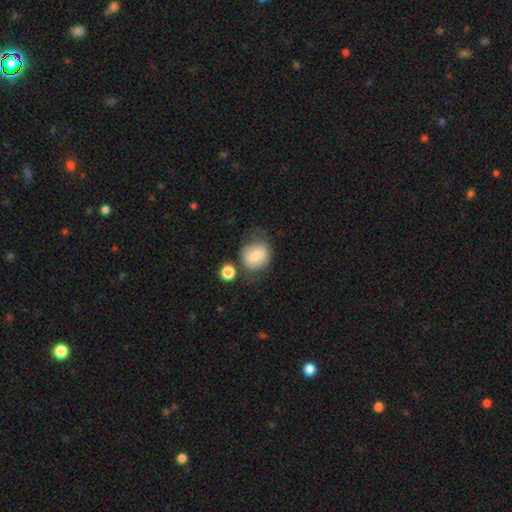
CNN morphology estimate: smooth_or_featured: smooth (p=0.75) [alt: featured or disk p=0.16]
how_rounded: round (p=0.67) [alt: in between p=0.32]
merging: none (p=0.55) [alt: minor disturbance p=0.22]